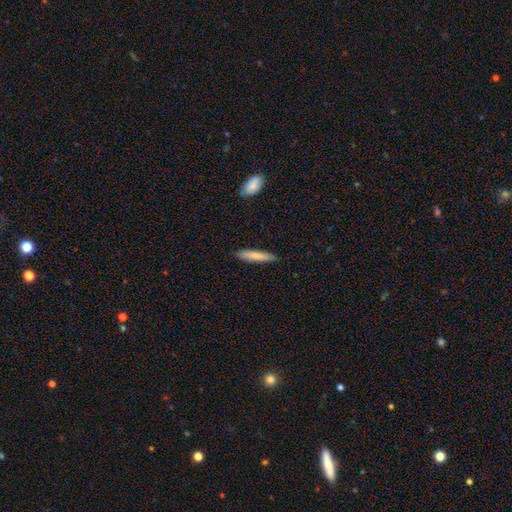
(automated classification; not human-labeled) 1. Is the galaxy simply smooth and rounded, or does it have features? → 75% smooth, 19% featured or disk, 6% star or artifact.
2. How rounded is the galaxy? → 89% cigar-shaped, 10% in between, 1% round.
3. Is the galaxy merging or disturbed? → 86% none, 11% minor disturbance, 2% major disturbance, 1% merger.